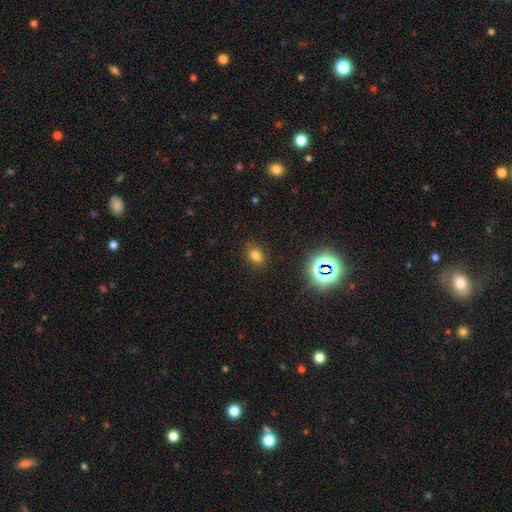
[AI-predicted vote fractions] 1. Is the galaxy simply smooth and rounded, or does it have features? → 74% smooth, 19% star or artifact, 7% featured or disk.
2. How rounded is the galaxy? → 70% in between, 29% round, 1% cigar-shaped.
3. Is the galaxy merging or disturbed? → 85% none, 11% minor disturbance, 3% major disturbance, 1% merger.